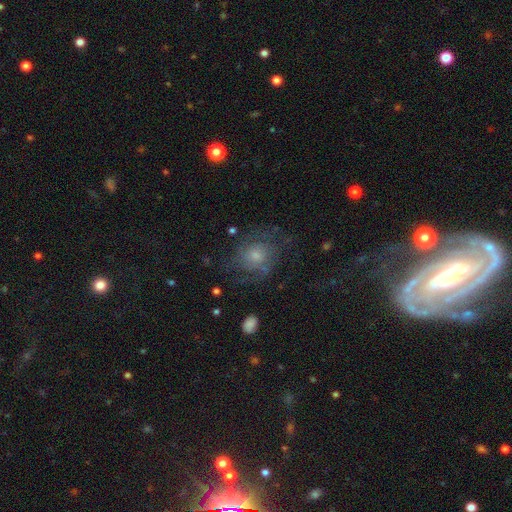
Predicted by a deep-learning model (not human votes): Smooth or featured?
  - featured or disk: 57% *
  - smooth: 32%
  - star or artifact: 11%
Edge-on disk?
  - no: 97% *
  - yes: 3%
Bar?
  - no: 74% *
  - weak: 23%
  - strong: 3%
Spiral arms?
  - yes: 79% *
  - no: 21%
Bulge size?
  - moderate: 43% *
  - small: 41%
  - large: 8%
  - none: 6%
  - dominant: 2%
Merging?
  - none: 59% *
  - minor disturbance: 20%
  - major disturbance: 19%
  - merger: 2%